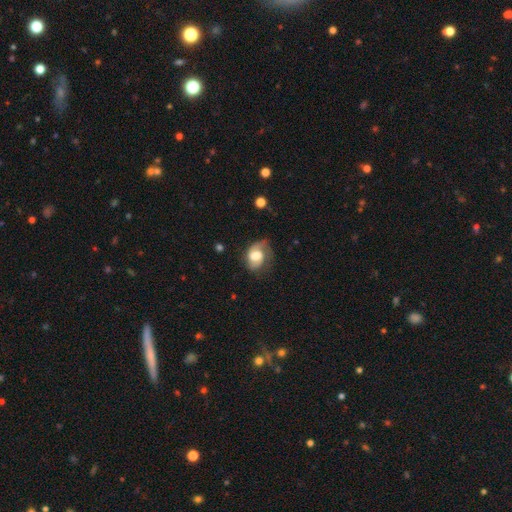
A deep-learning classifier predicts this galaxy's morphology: A featured or disk galaxy (59%) with no bar (53%), spiral arms (88%) and a moderate central bulge (43%). Merging: none (50%).